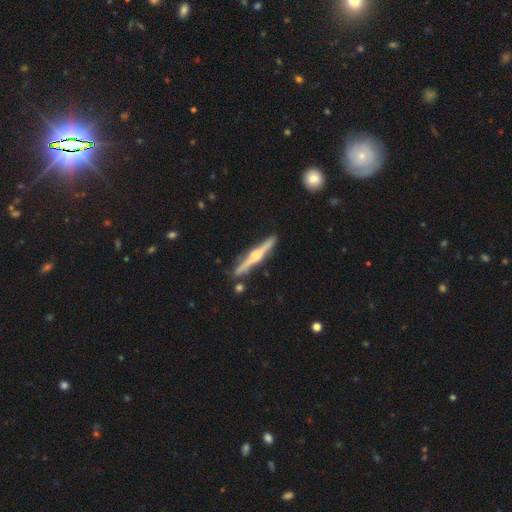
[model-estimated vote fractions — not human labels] This appears to be a featured or disk galaxy (80%) viewed edge-on (98%) with a rounded central bulge (94%). Merging: none (88%).